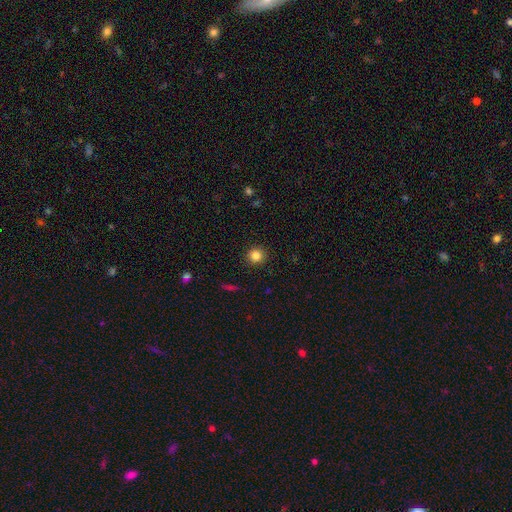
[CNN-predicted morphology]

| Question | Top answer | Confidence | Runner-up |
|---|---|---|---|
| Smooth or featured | smooth | 83% | star or artifact (11%) |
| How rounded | round | 93% | in between (6%) |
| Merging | none | 92% | minor disturbance (5%) |